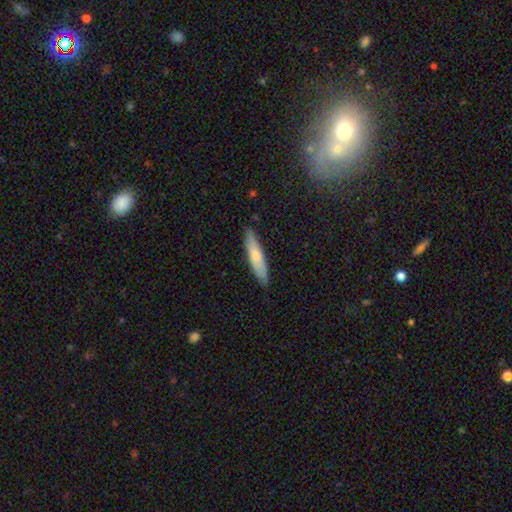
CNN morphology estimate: Smooth or featured?
  - smooth: 61% *
  - featured or disk: 33%
  - star or artifact: 6%
How rounded?
  - cigar-shaped: 81% *
  - in between: 17%
  - round: 2%
Merging?
  - none: 86% *
  - minor disturbance: 11%
  - major disturbance: 2%
  - merger: 1%